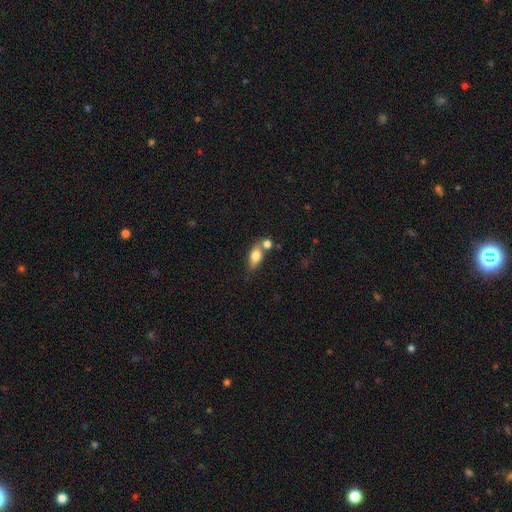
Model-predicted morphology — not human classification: Overall: smooth (75%). How rounded: in between (78%). Merging: none (50%; merger 31%).